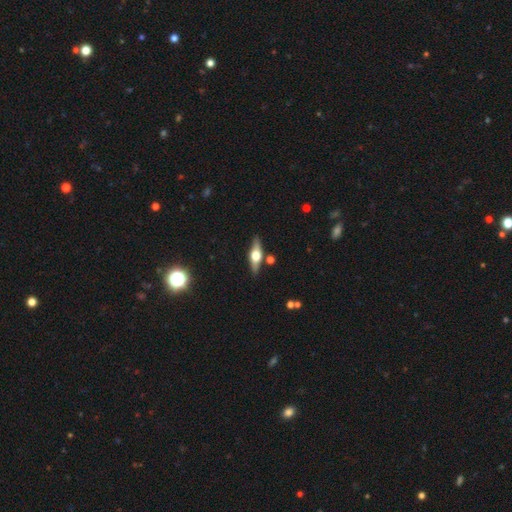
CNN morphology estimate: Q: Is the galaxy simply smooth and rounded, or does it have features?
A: featured or disk — 61%.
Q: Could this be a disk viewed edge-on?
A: yes — 91%.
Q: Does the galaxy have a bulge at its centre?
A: rounded — 94%.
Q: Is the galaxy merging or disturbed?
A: none — 84%.